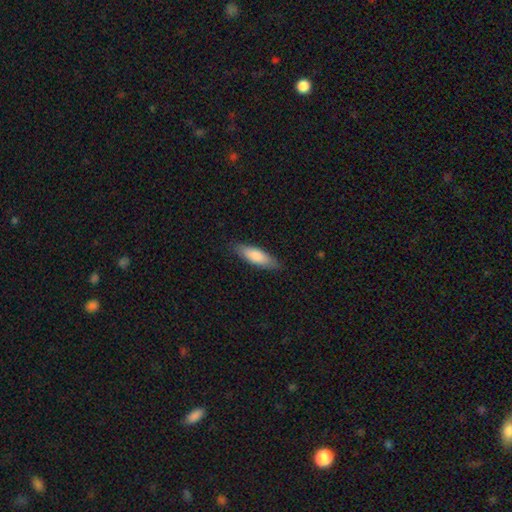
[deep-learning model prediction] This appears to be a smooth galaxy with no disk features (80%) that is cigar-shaped (53%). Merging: none (86%).